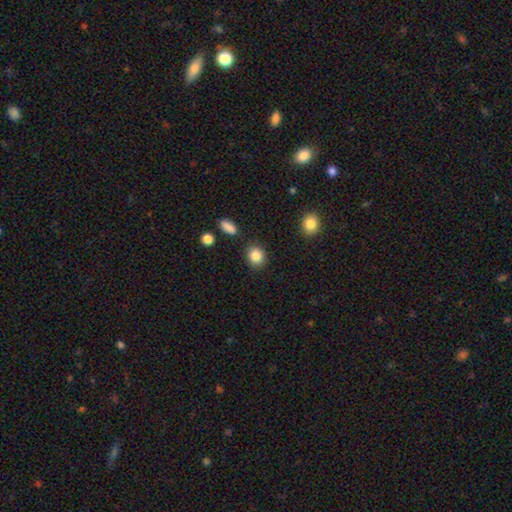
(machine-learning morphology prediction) This appears to be a smooth galaxy with no disk features (86%) that is round (66%). Merging: none (85%).